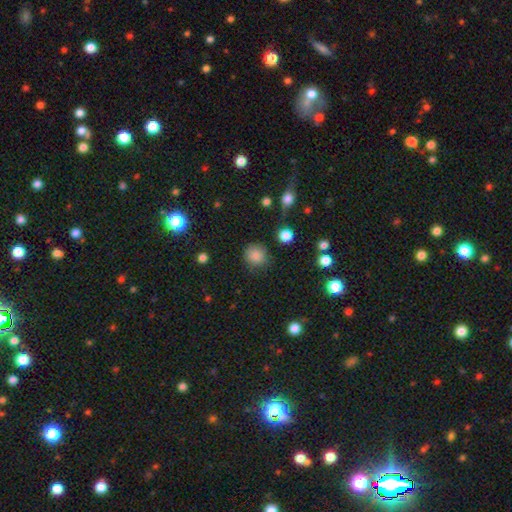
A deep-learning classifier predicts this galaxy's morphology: Smooth or featured? Predicted: smooth (p=0.83). How rounded? Predicted: round (p=0.87). Merging? Predicted: none (p=0.80).